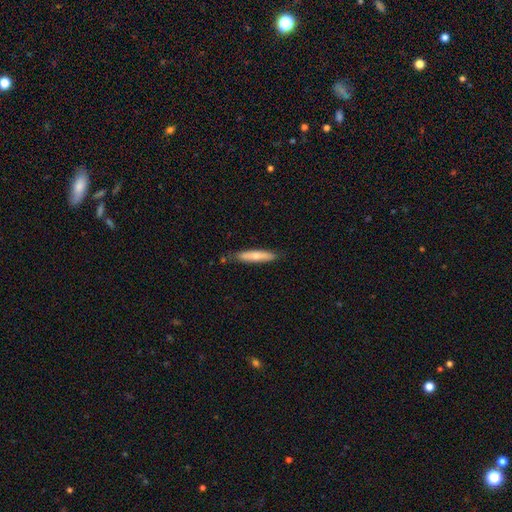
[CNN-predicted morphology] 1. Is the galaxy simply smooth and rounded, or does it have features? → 63% smooth, 31% featured or disk, 6% star or artifact.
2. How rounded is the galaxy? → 85% cigar-shaped, 14% in between, 1% round.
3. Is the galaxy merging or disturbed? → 79% none, 16% minor disturbance, 3% merger, 3% major disturbance.